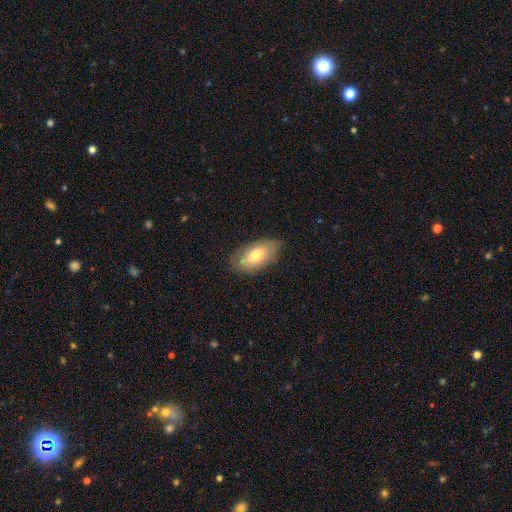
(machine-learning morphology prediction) A smooth galaxy with no disk features (73%) that is in between round and cigar-shaped (90%).

Vote fractions:
- Smooth or featured? smooth: 73% / featured or disk: 20% / star or artifact: 7%
- How rounded? in between: 90% / cigar-shaped: 6% / round: 4%
- Merging? none: 81% / minor disturbance: 15% / major disturbance: 3% / merger: 1%